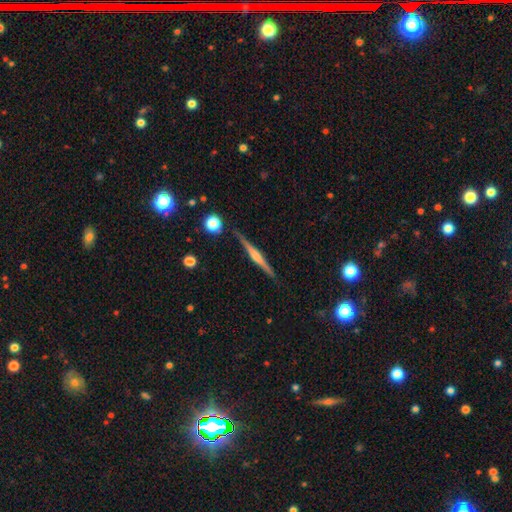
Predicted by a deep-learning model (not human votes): Smooth or featured? Predicted: featured or disk (p=0.73). Edge-on disk? Predicted: yes (p=0.98). Edge-on bulge? Predicted: rounded (p=0.69). Merging? Predicted: none (p=0.89).